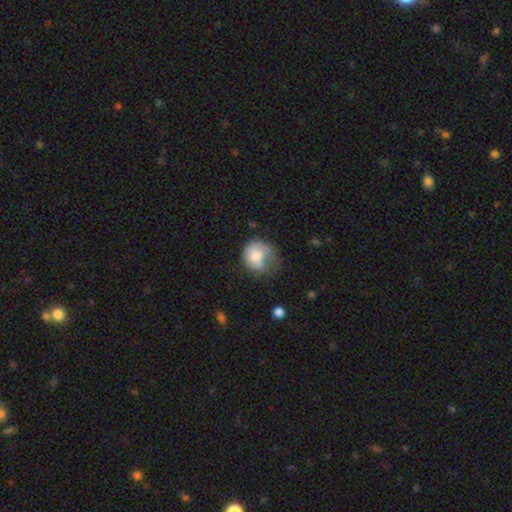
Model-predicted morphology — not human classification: A smooth galaxy with no disk features (63%) that is round (61%).

Vote fractions:
- Smooth or featured? smooth: 63% / featured or disk: 29% / star or artifact: 7%
- How rounded? round: 61% / in between: 38% / cigar-shaped: 1%
- Merging? major disturbance: 39% / minor disturbance: 30% / none: 26% / merger: 5%